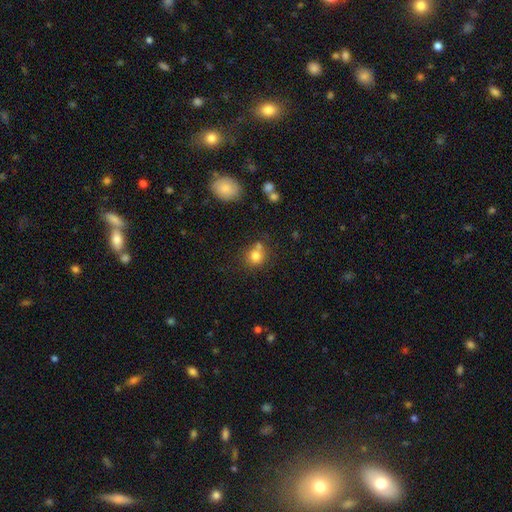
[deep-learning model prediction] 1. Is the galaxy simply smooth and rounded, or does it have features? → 78% smooth, 12% star or artifact, 9% featured or disk.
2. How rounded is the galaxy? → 84% round, 15% in between, 1% cigar-shaped.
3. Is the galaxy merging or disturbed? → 61% none, 23% merger, 12% minor disturbance, 4% major disturbance.